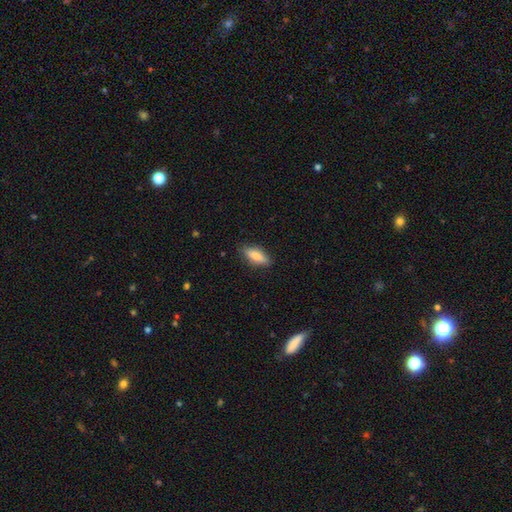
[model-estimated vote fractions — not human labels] Morphology: type=smooth (73%); roundness=in between (57%); merging=none (84%).